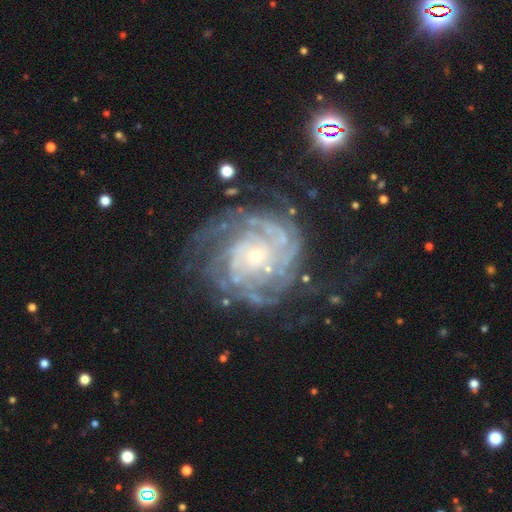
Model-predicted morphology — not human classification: smooth_or_featured: featured or disk (p=0.88) [alt: star or artifact p=0.07]
disk_edge_on: no (p=0.98) [alt: yes p=0.02]
bar: no (p=0.80) [alt: weak p=0.16]
has_spiral_arms: yes (p=0.96) [alt: no p=0.04]
spiral_winding: tight (p=0.69) [alt: medium p=0.24]
spiral_arm_count: can't tell (p=0.32) [alt: 4 p=0.17]
bulge_size: small (p=0.71) [alt: moderate p=0.24]
merging: none (p=0.66) [alt: minor disturbance p=0.18]